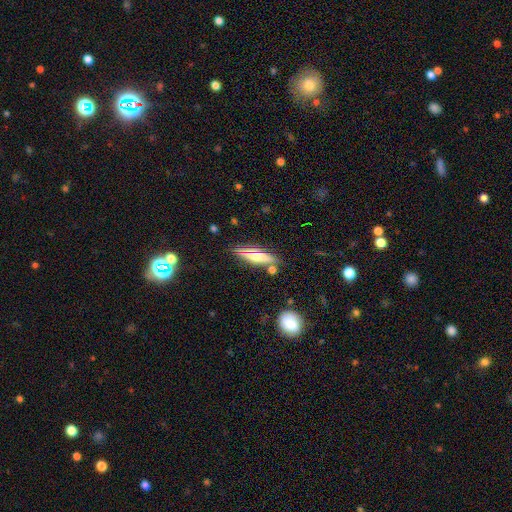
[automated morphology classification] The model was most divided on "smooth or featured": smooth: 54%, featured or disk: 34%, star or artifact: 12%. More confident: merging — none (81%); how rounded — cigar-shaped (62%).